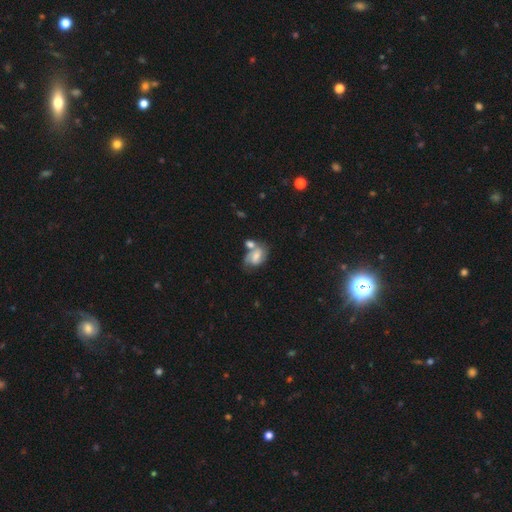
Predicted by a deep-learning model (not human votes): Overall: smooth (54%; featured or disk 37%). How rounded: in between (81%). Merging: merger (38%; none 32%).